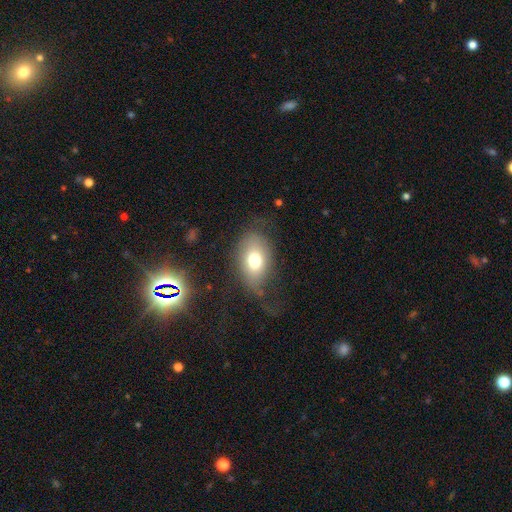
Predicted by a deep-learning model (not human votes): Q: Smooth or featured?
A: smooth (70%); runner-up: featured or disk (21%)
Q: How rounded?
A: in between (83%); runner-up: round (15%)
Q: Merging?
A: none (52%); runner-up: minor disturbance (24%)